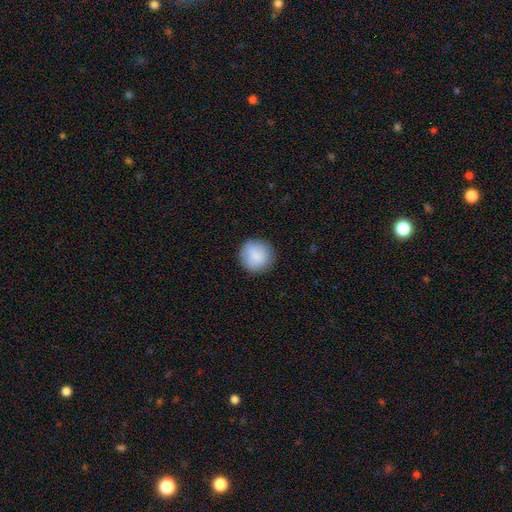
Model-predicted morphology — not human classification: Smooth or featured?
  - smooth: 87% *
  - star or artifact: 7%
  - featured or disk: 7%
How rounded?
  - round: 94% *
  - in between: 5%
  - cigar-shaped: 1%
Merging?
  - none: 87% *
  - minor disturbance: 9%
  - major disturbance: 3%
  - merger: 1%